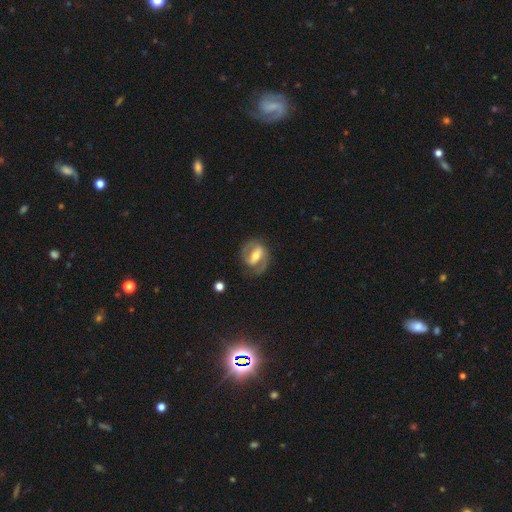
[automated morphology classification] Smooth or featured?
  - featured or disk: 79% *
  - smooth: 15%
  - star or artifact: 5%
Edge-on disk?
  - no: 95% *
  - yes: 5%
Bar?
  - strong: 61% *
  - weak: 27%
  - no: 12%
Spiral arms?
  - yes: 84% *
  - no: 16%
Spiral winding?
  - medium: 49% *
  - tight: 36%
  - loose: 15%
Spiral arm count?
  - 2: 86% *
  - can't tell: 7%
  - 1: 4%
  - 3: 1%
  - 4: 1%
  - more than 4: 1%
Bulge size?
  - moderate: 61% *
  - small: 28%
  - large: 8%
  - none: 2%
  - dominant: 1%
Merging?
  - none: 76% *
  - minor disturbance: 14%
  - major disturbance: 8%
  - merger: 2%